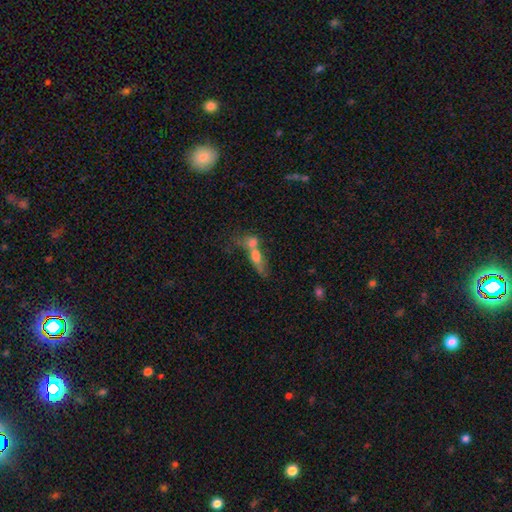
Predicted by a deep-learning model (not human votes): Smooth or featured: smooth — 53% (featured or disk — 34%)
How rounded: in between — 48% (cigar-shaped — 39%)
Merging: merger — 63% (none — 19%)